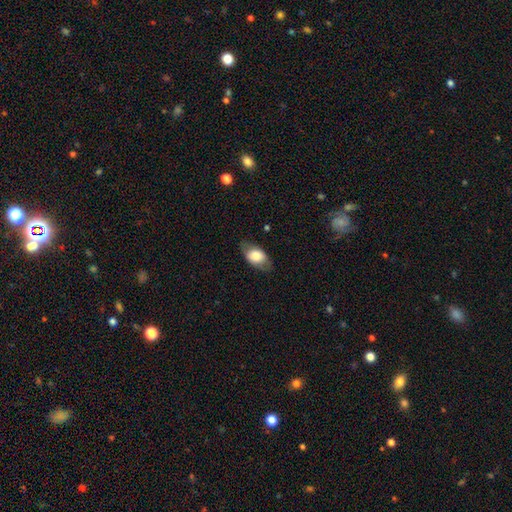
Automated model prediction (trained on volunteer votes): A smooth galaxy with no disk features (72%) that is in between round and cigar-shaped (87%). Merging: none (76%).